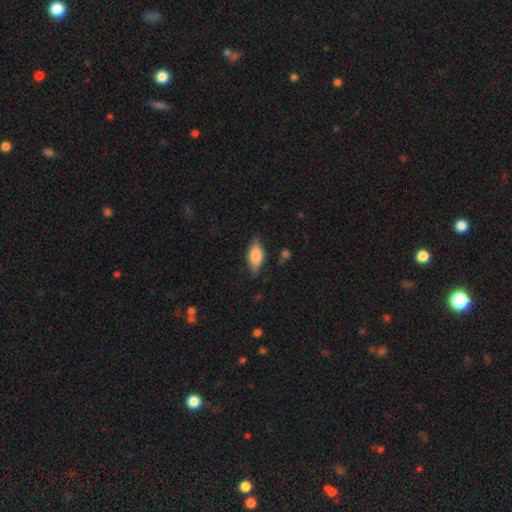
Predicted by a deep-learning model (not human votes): This is likely a smooth galaxy (72%). How rounded: clearly in between (83%). Merging: likely none (77%).